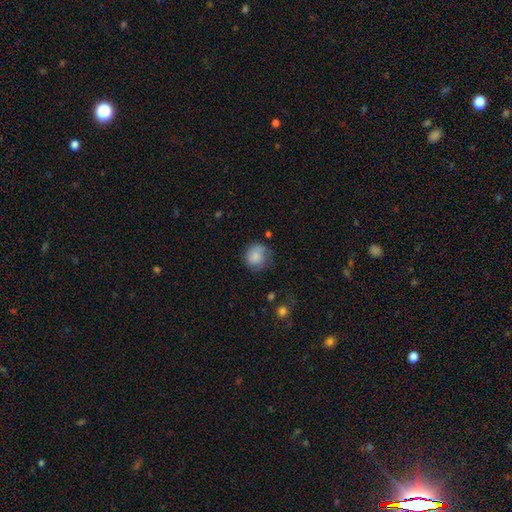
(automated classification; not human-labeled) A smooth galaxy with no disk features (74%) that is round (85%).

Vote fractions:
- Smooth or featured? smooth: 74% / featured or disk: 18% / star or artifact: 8%
- How rounded? round: 85% / in between: 14% / cigar-shaped: 1%
- Merging? none: 59% / minor disturbance: 27% / major disturbance: 12% / merger: 2%